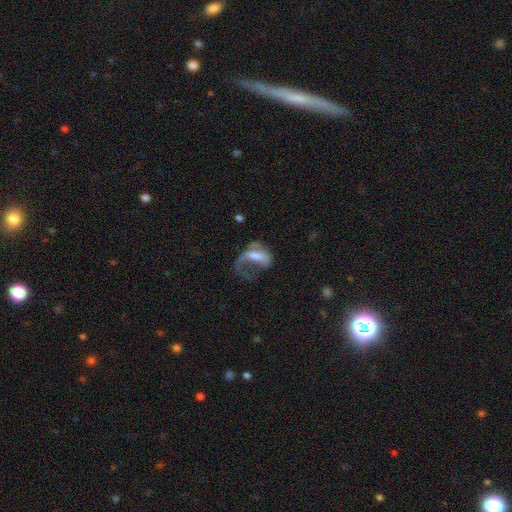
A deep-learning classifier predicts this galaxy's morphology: This is possibly a featured or disk galaxy (51%). It is clearly not viewed edge-on (94%). Merging: likely major disturbance (65%).